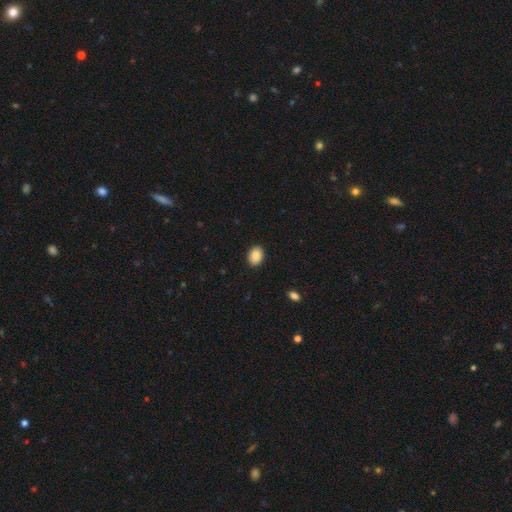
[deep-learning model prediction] Smooth or featured? smooth (88%)
How rounded? in between (77%)
Merging? none (90%)